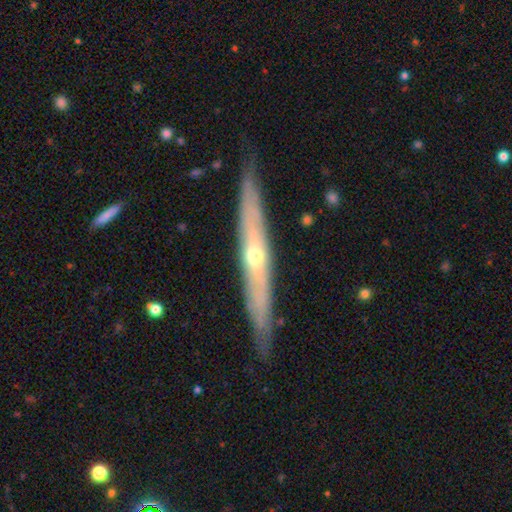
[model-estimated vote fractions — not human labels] The model was most divided on "smooth or featured": featured or disk: 67%, smooth: 27%, star or artifact: 6%. More confident: edge-on disk — yes (86%); merging — none (83%); edge-on bulge — rounded (77%).